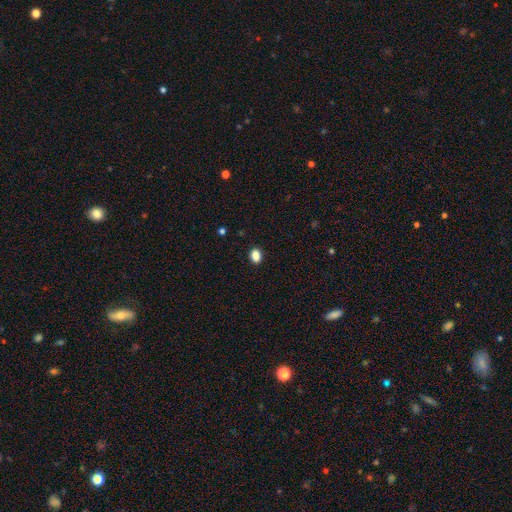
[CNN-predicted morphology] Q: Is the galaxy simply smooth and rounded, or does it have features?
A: smooth — 86%.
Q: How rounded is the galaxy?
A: in between — 70%.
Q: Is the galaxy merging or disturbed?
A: none — 90%.